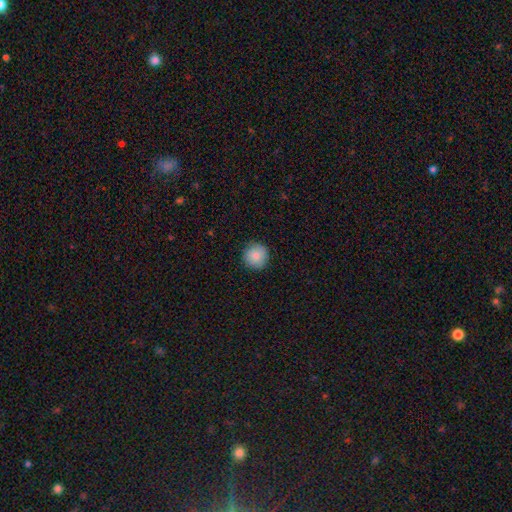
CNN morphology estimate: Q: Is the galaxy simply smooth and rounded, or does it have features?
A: smooth — 86%.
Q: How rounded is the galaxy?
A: round — 93%.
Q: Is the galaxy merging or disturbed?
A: none — 88%.